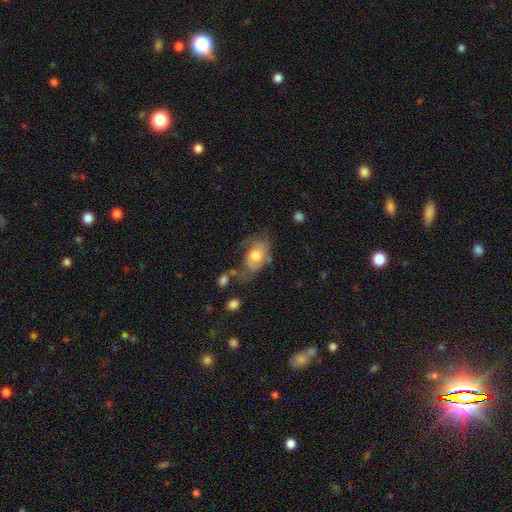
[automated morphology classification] smooth-or-featured: featured or disk: 47% | smooth: 46% | star or artifact: 7%
  merging: none: 36% | minor disturbance: 29% | major disturbance: 28% | merger: 8%